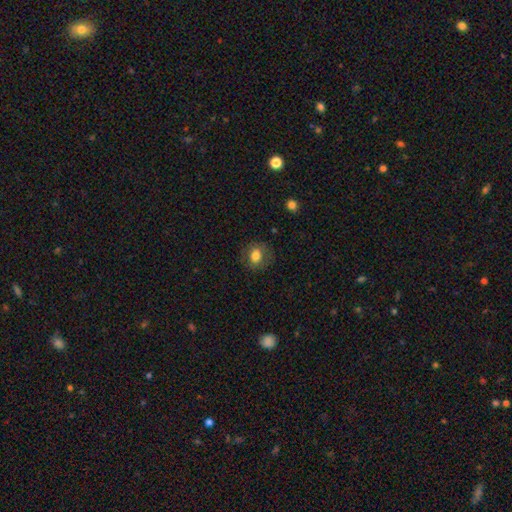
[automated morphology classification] Overall: smooth (77%). How rounded: round (69%; in between 30%). Merging: none (80%).